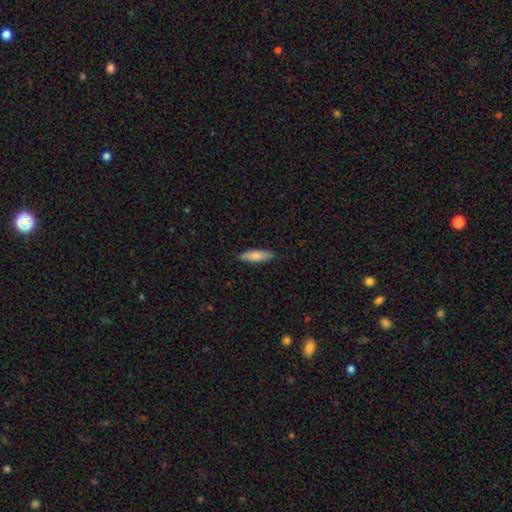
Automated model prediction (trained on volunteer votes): Overall: smooth (78%). How rounded: cigar-shaped (59%; in between 39%). Merging: none (87%).